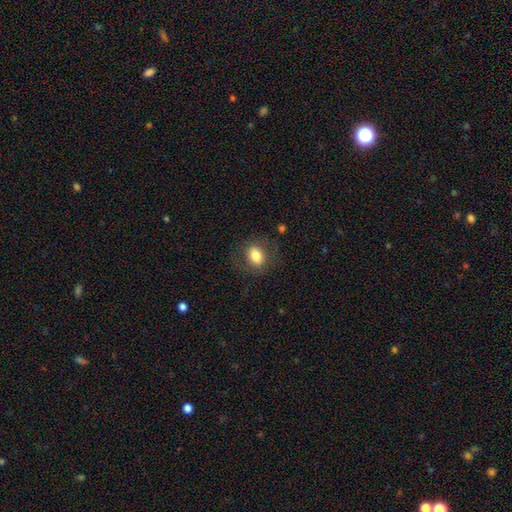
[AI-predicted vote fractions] A smooth galaxy with no disk features (76%) that is in between round and cigar-shaped (70%).

Vote fractions:
- Smooth or featured? smooth: 76% / featured or disk: 16% / star or artifact: 9%
- How rounded? in between: 70% / round: 28% / cigar-shaped: 2%
- Merging? none: 77% / minor disturbance: 14% / major disturbance: 7% / merger: 1%